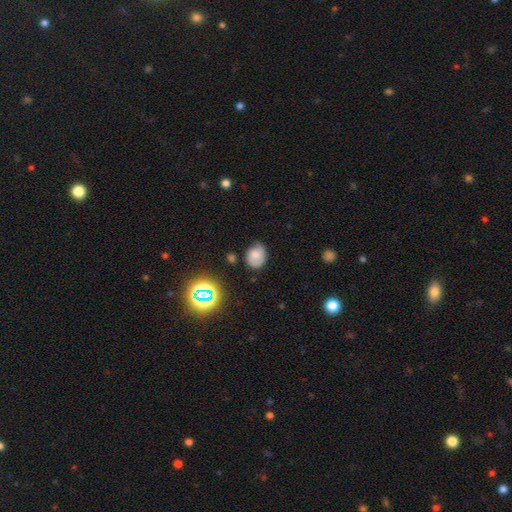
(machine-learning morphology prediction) Smooth or featured?
  - smooth: 66% *
  - featured or disk: 20%
  - star or artifact: 14%
How rounded?
  - in between: 52% *
  - round: 47%
  - cigar-shaped: 1%
Merging?
  - none: 67% *
  - minor disturbance: 25%
  - major disturbance: 6%
  - merger: 2%